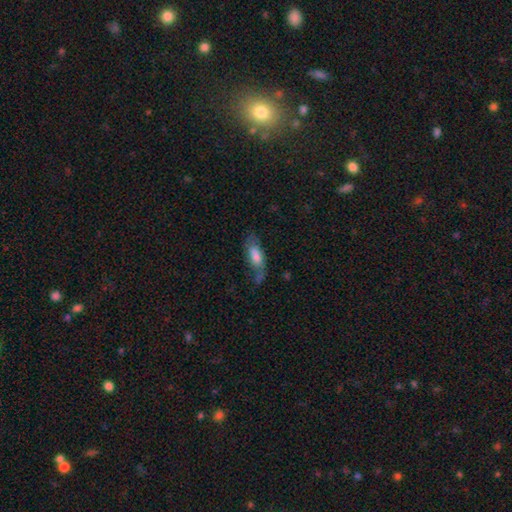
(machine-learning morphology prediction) This is likely a smooth galaxy (65%). How rounded: likely in between (70%). Merging: possibly none (51%).